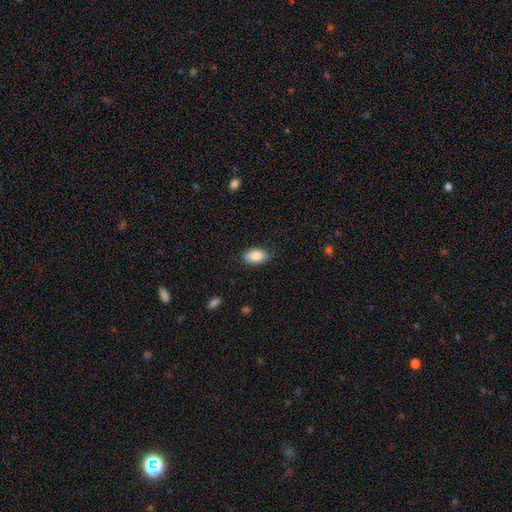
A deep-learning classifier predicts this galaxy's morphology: The model was most divided on "merging": none: 79%, minor disturbance: 17%, major disturbance: 3%, merger: 1%. More confident: how rounded — in between (92%); smooth or featured — smooth (85%).